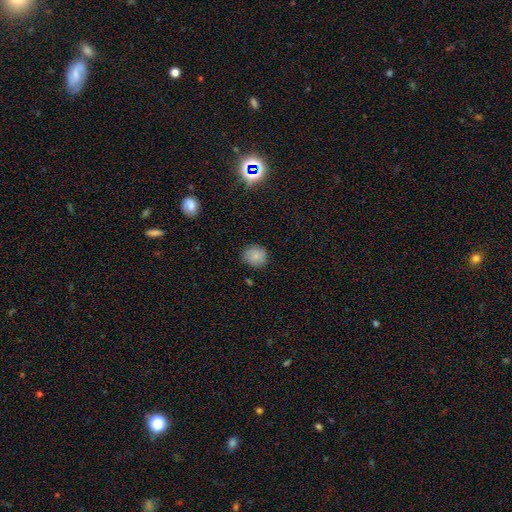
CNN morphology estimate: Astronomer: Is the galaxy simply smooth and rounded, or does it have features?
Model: smooth — 83%.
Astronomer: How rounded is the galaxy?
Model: round — 84%.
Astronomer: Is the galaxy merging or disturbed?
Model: none — 81%.